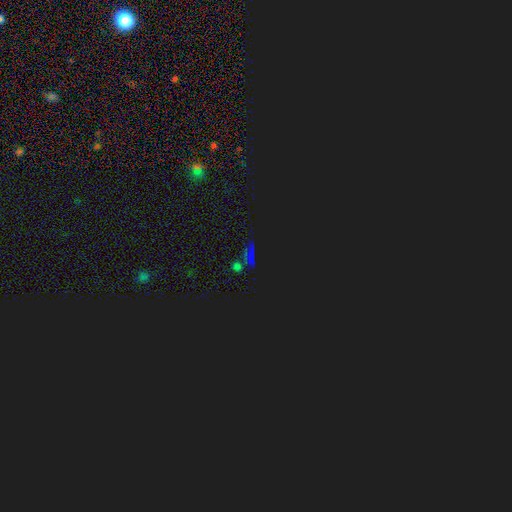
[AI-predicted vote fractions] Smooth or featured: star or artifact — 75% (smooth — 17%)